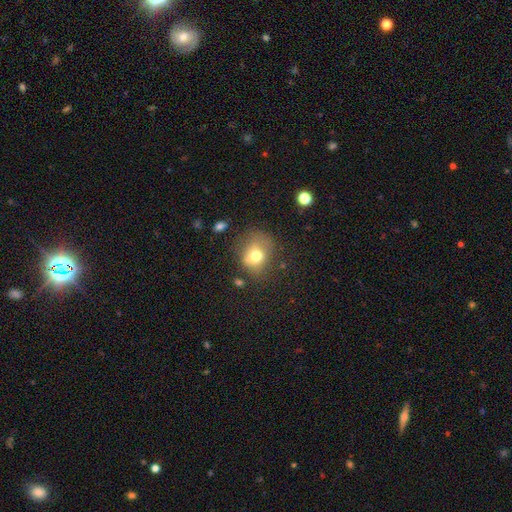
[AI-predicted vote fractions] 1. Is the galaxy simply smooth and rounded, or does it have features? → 70% smooth, 18% featured or disk, 12% star or artifact.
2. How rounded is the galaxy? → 58% round, 41% in between, 1% cigar-shaped.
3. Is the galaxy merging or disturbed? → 51% none, 28% minor disturbance, 17% major disturbance, 4% merger.